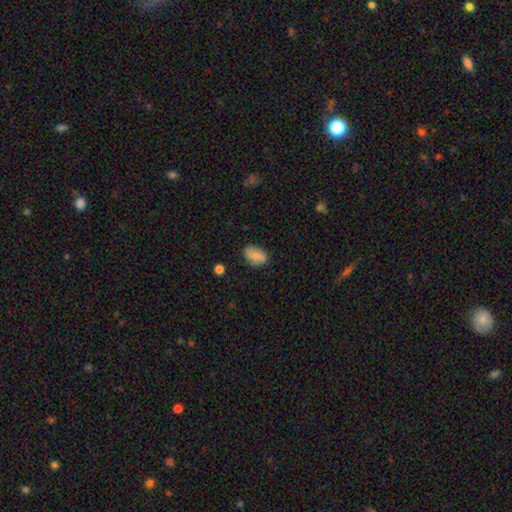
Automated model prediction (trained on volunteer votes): Smooth or featured?
  - smooth: 77% *
  - featured or disk: 15%
  - star or artifact: 8%
How rounded?
  - in between: 89% *
  - round: 10%
  - cigar-shaped: 2%
Merging?
  - none: 74% *
  - minor disturbance: 20%
  - major disturbance: 4%
  - merger: 2%